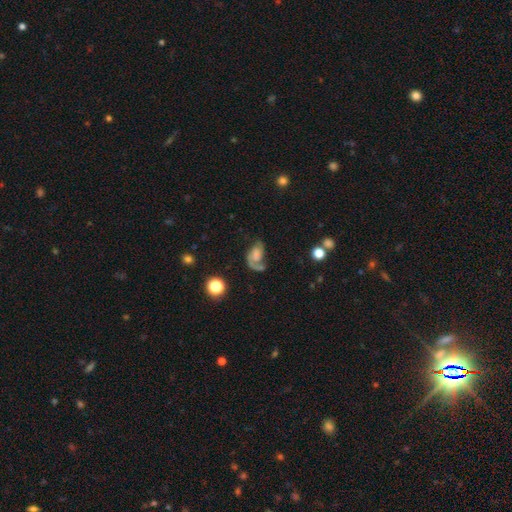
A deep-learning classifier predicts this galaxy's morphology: The model was most divided on "merging": major disturbance: 35%, none: 33%, minor disturbance: 19%, merger: 13%. Remaining: edge-on disk — no (98%); spiral arms — yes (84%); bar — no (70%); smooth or featured — featured or disk (61%); bulge size — none (45%).